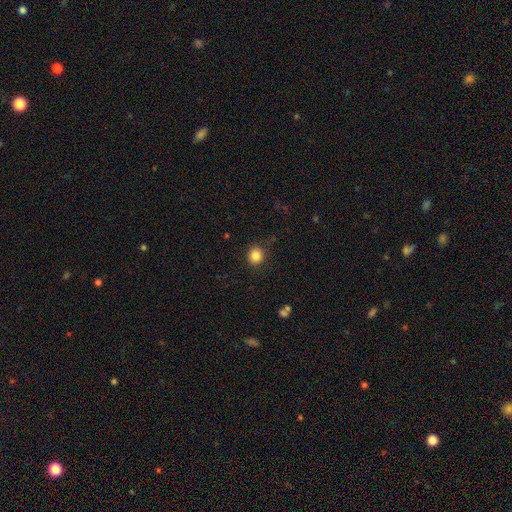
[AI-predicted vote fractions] A smooth galaxy with no disk features (85%) that is round (86%). Merging: none (89%).